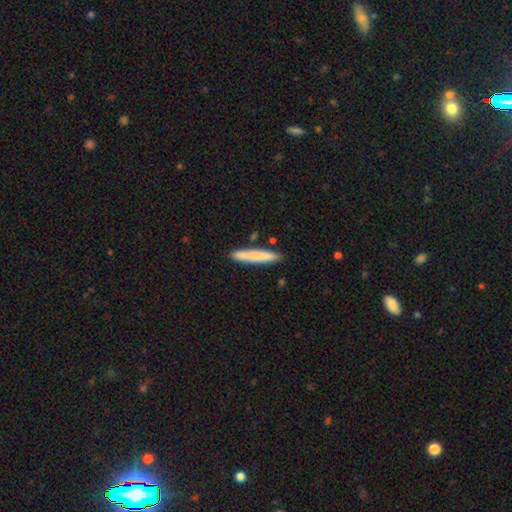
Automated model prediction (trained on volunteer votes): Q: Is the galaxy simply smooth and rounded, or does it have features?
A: smooth — 76%.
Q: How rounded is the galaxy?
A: cigar-shaped — 94%.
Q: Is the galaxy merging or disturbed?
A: none — 84%.